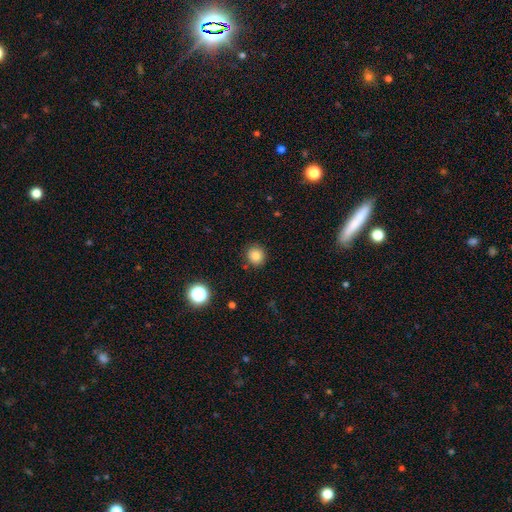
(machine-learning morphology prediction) The model was most divided on "smooth or featured": smooth: 84%, star or artifact: 12%, featured or disk: 5%. More confident: how rounded — round (90%); merging — none (88%).